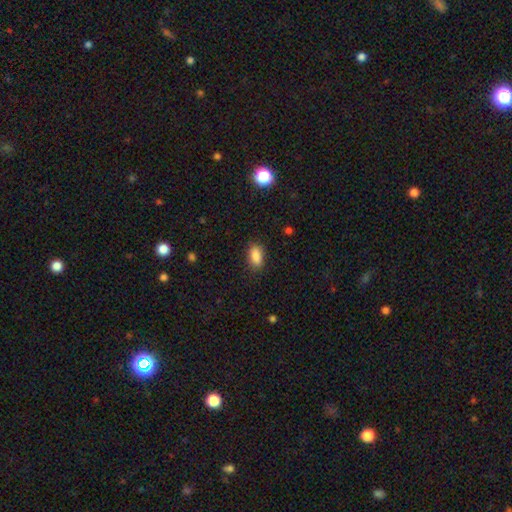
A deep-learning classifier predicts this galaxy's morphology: Smooth or featured?
  - smooth: 88% *
  - star or artifact: 8%
  - featured or disk: 4%
How rounded?
  - in between: 89% *
  - cigar-shaped: 6%
  - round: 5%
Merging?
  - none: 85% *
  - minor disturbance: 11%
  - major disturbance: 3%
  - merger: 1%